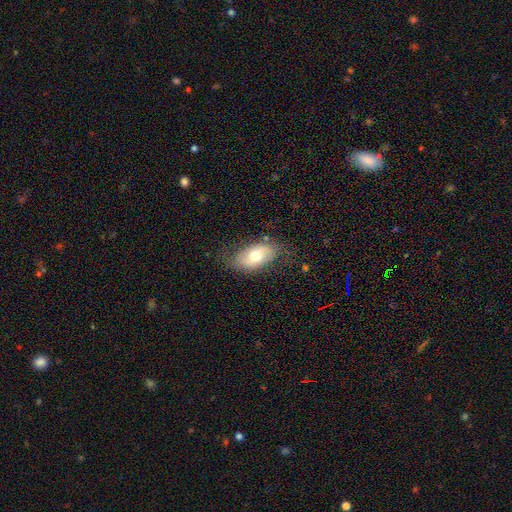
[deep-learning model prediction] smooth_or_featured: smooth (p=0.59) [alt: featured or disk p=0.35]
how_rounded: in between (p=0.92) [alt: round p=0.05]
merging: none (p=0.73) [alt: minor disturbance p=0.20]